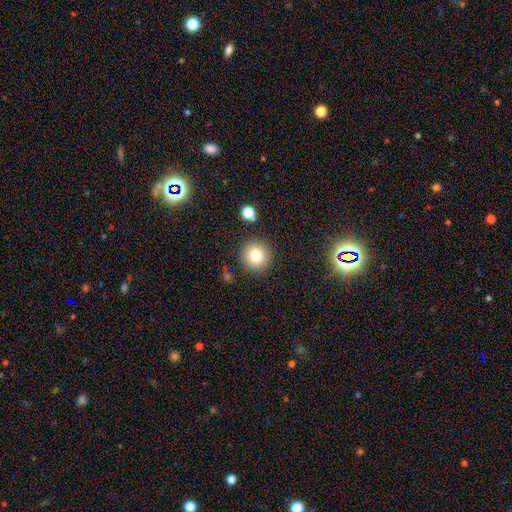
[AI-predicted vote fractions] smooth 80%, star or artifact 12%, featured or disk 9%. Down the decision tree: how rounded — round (94%); merging — none (87%).